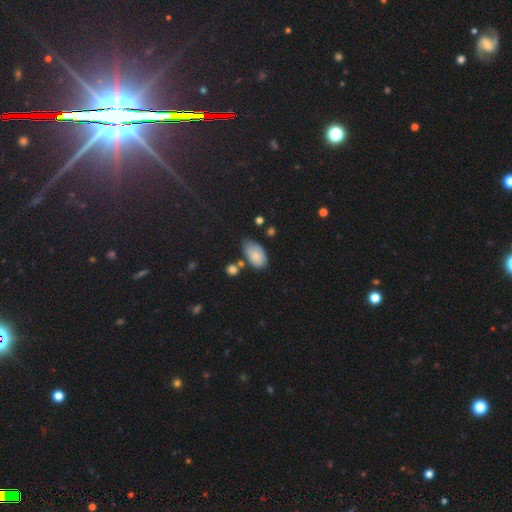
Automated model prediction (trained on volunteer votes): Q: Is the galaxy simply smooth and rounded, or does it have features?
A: smooth — 73%.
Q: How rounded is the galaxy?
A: in between — 91%.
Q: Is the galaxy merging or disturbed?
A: none — 53%.